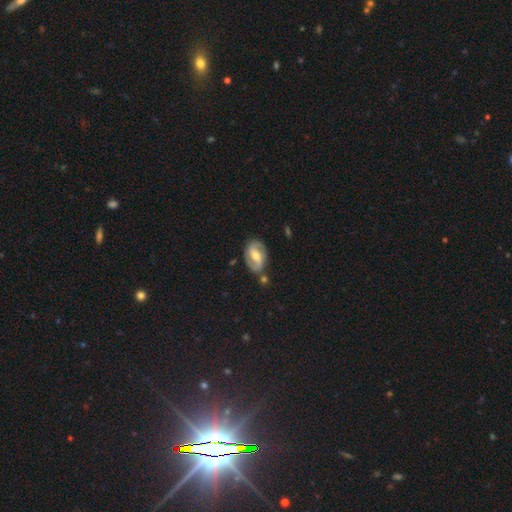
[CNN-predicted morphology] A featured or disk galaxy (74%) with a weak bar (46%), 2 (89%) medium (48%) spiral arms (89%) and a moderate central bulge (67%).

Vote fractions:
- Smooth or featured? featured or disk: 74% / smooth: 20% / star or artifact: 5%
- Edge-on disk? no: 96% / yes: 4%
- Bar? weak: 46% / strong: 32% / no: 22%
- Spiral arms? yes: 89% / no: 11%
- Spiral winding? medium: 48% / tight: 27% / loose: 26%
- Spiral arm count? 2: 89% / can't tell: 6% / 1: 2% / 3: 1% / 4: 1% / more than 4: 1%
- Bulge size? moderate: 67% / small: 25% / large: 6% / none: 2% / dominant: 1%
- Merging? none: 76% / minor disturbance: 15% / merger: 5% / major disturbance: 4%